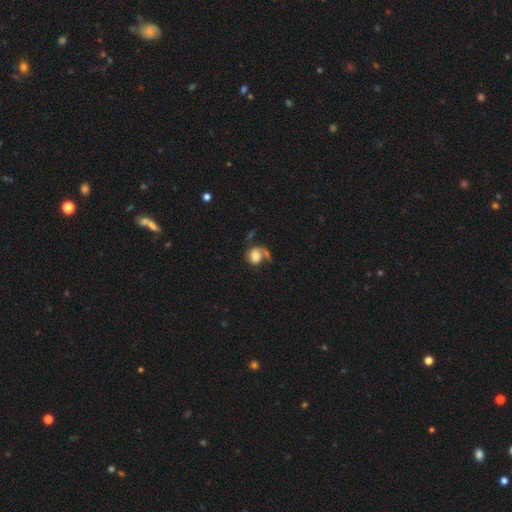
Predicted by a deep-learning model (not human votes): smooth-or-featured: smooth: 65% | featured or disk: 26% | star or artifact: 9%
  how-rounded: round: 65% | in between: 34% | cigar-shaped: 1%
  merging: none: 34% | major disturbance: 26% | merger: 23% | minor disturbance: 18%